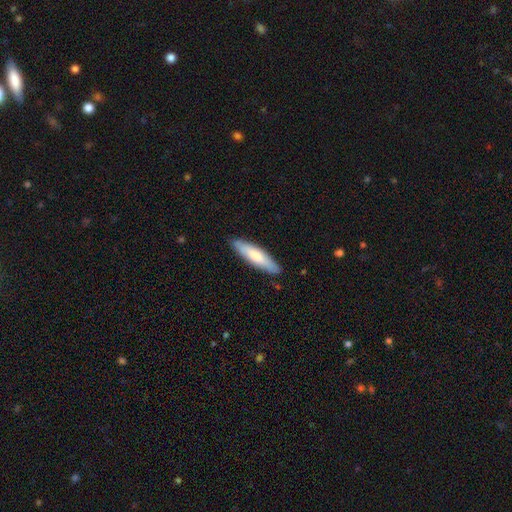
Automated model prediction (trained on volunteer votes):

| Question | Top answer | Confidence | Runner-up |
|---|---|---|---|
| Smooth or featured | smooth | 71% | featured or disk (24%) |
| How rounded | cigar-shaped | 74% | in between (25%) |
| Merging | none | 87% | minor disturbance (11%) |